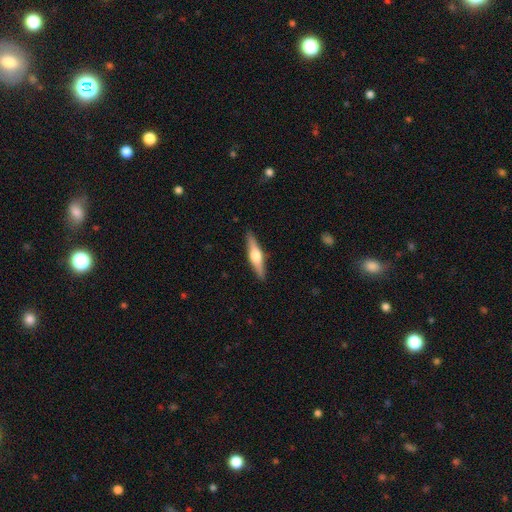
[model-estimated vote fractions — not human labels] Overall: featured or disk (64%; smooth 31%). Edge-on disk: yes (97%). Edge-on bulge: rounded (93%). Merging: none (90%).